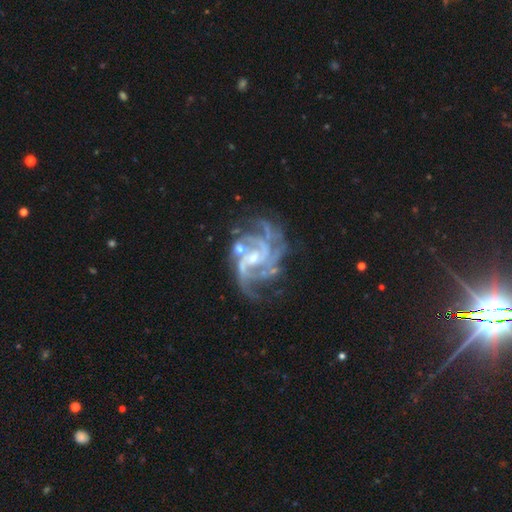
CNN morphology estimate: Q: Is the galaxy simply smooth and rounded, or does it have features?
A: featured or disk — 89%.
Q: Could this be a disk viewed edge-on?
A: no — 98%.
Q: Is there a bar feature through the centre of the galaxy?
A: no — 45%.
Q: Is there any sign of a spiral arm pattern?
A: yes — 97%.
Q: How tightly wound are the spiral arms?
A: medium — 47%.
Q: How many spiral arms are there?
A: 3 — 25%.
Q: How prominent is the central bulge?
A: small — 60%.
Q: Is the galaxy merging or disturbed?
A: none — 54%.